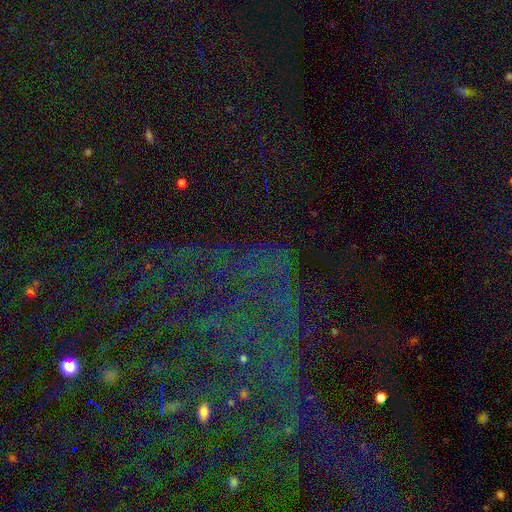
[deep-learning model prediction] Smooth or featured? Predicted: star or artifact (p=0.74).